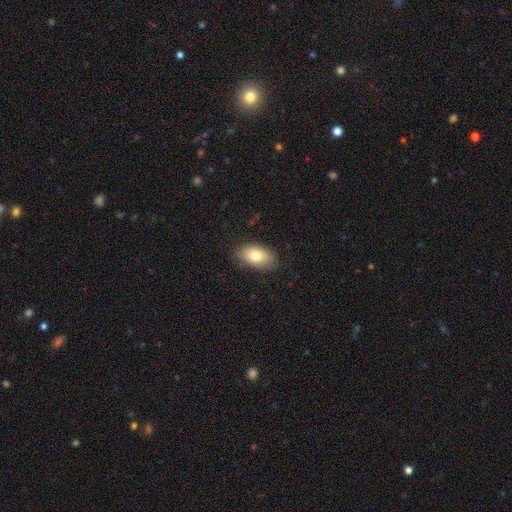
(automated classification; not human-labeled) Morphology: type=smooth (81%); roundness=in between (92%); merging=none (84%).